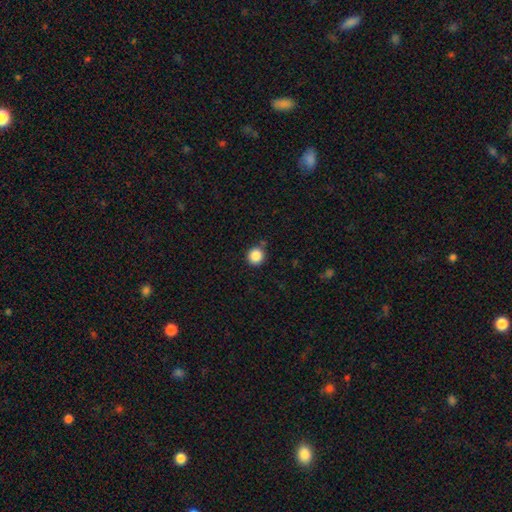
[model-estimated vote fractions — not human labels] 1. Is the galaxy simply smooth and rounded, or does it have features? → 87% smooth, 10% star or artifact, 3% featured or disk.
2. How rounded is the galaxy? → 93% round, 6% in between, 1% cigar-shaped.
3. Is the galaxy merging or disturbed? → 85% none, 9% minor disturbance, 4% merger, 2% major disturbance.